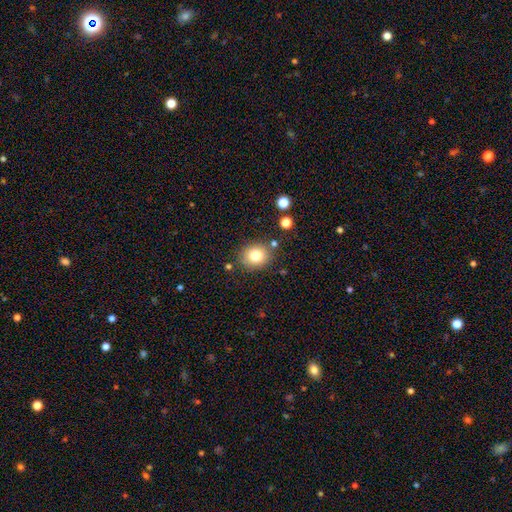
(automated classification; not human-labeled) Smooth or featured: smooth — 80% (star or artifact — 11%)
How rounded: round — 69% (in between — 30%)
Merging: none — 82% (minor disturbance — 10%)